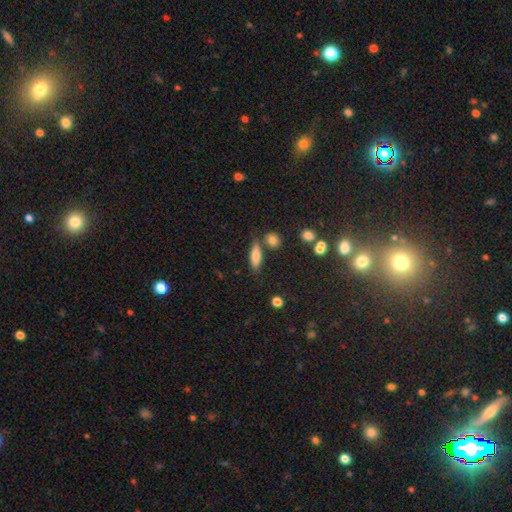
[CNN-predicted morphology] Q: Smooth or featured?
A: smooth (76%); runner-up: featured or disk (15%)
Q: How rounded?
A: in between (60%); runner-up: cigar-shaped (36%)
Q: Merging?
A: none (71%); runner-up: minor disturbance (14%)